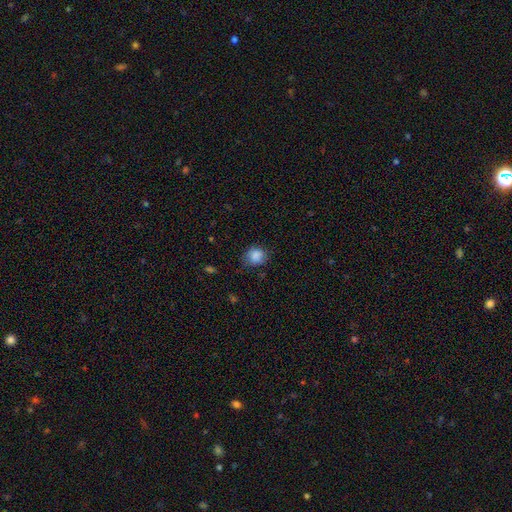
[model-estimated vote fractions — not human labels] This is clearly a smooth galaxy (86%). How rounded: likely round (76%). Merging: likely none (70%).